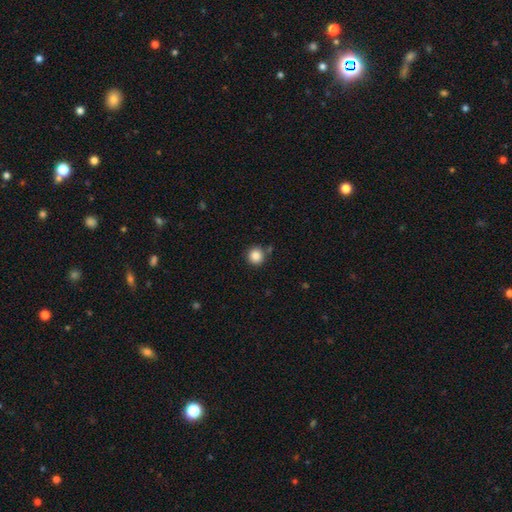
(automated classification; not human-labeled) smooth_or_featured: smooth (p=0.86) [alt: star or artifact p=0.10]
how_rounded: round (p=0.94) [alt: in between p=0.05]
merging: none (p=0.84) [alt: minor disturbance p=0.08]